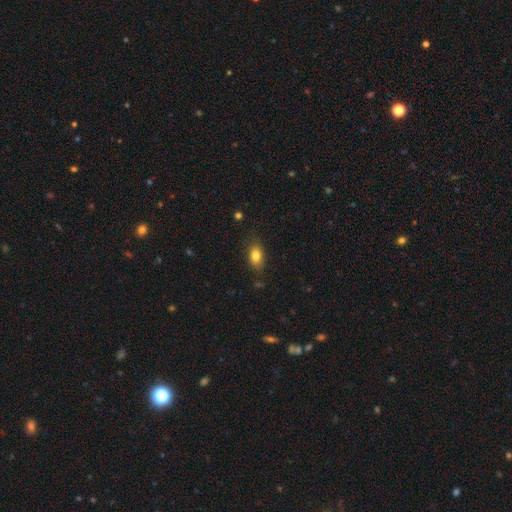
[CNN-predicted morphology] Smooth or featured: smooth — 81% (featured or disk — 9%)
How rounded: in between — 84% (round — 13%)
Merging: none — 81% (minor disturbance — 14%)